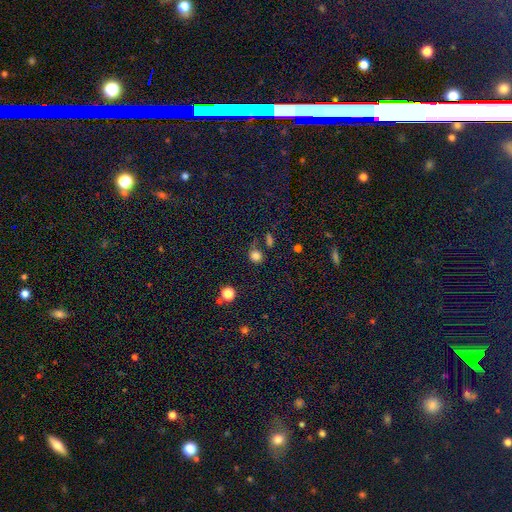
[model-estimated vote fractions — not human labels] Smooth or featured?
  - smooth: 79% *
  - star or artifact: 16%
  - featured or disk: 6%
How rounded?
  - round: 81% *
  - in between: 17%
  - cigar-shaped: 1%
Merging?
  - none: 64% *
  - minor disturbance: 16%
  - merger: 12%
  - major disturbance: 8%